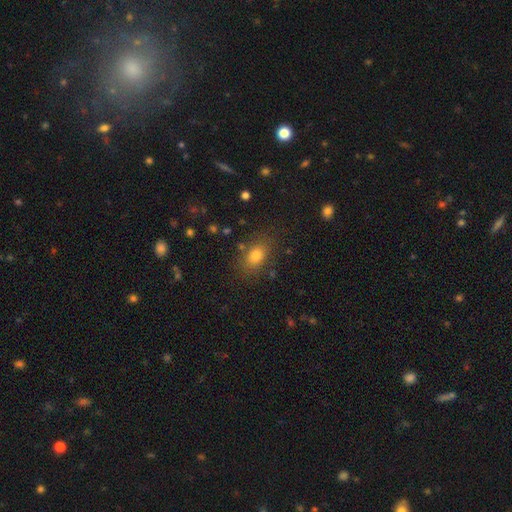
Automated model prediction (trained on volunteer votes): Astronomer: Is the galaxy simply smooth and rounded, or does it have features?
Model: smooth — 78%.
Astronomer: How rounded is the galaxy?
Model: in between — 75%.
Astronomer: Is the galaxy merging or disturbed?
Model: none — 80%.